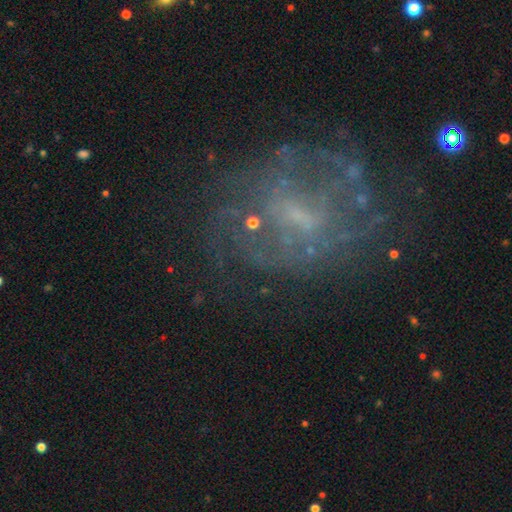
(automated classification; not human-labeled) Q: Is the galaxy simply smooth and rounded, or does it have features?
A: featured or disk — 67%.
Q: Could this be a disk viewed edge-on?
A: no — 97%.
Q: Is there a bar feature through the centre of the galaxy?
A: no — 46%.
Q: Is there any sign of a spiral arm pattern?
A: yes — 55%.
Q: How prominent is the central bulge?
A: small — 50%.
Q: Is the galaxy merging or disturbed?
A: none — 56%.